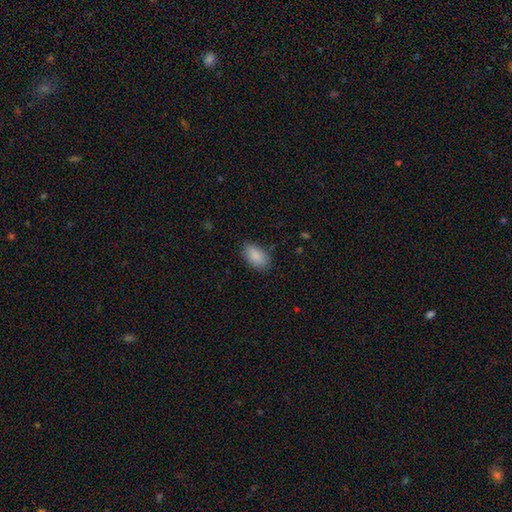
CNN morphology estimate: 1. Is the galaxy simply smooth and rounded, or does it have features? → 89% smooth, 7% star or artifact, 5% featured or disk.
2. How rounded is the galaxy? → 93% in between, 4% round, 2% cigar-shaped.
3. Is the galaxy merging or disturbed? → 81% none, 15% minor disturbance, 3% major disturbance, 1% merger.